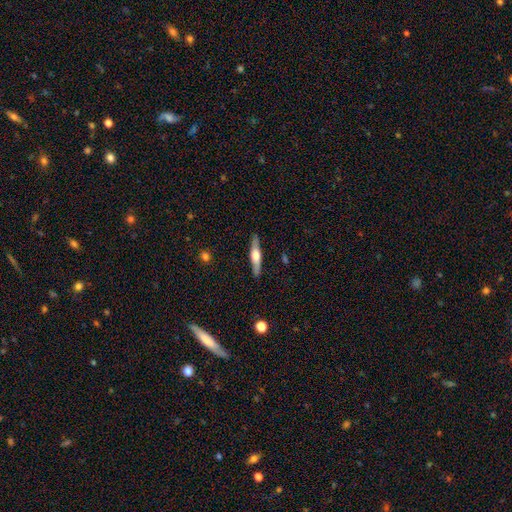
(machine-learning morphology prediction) A featured or disk galaxy (62%) viewed edge-on (96%) with a rounded central bulge (83%). Merging: none (88%).